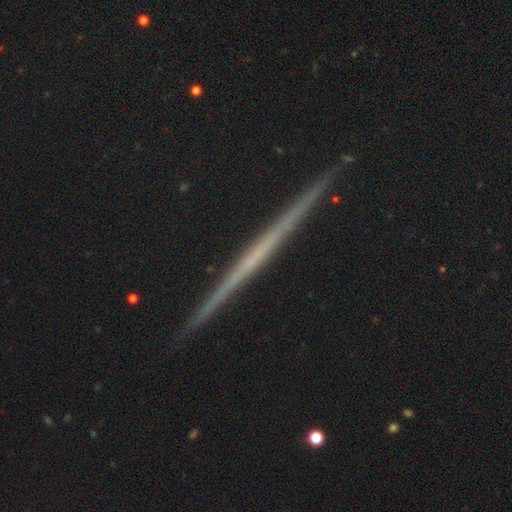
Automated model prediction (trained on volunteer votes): The model was most divided on "smooth or featured": featured or disk: 65%, smooth: 21%, star or artifact: 14%. More confident: edge-on disk — yes (97%); merging — none (93%); edge-on bulge — none (89%).